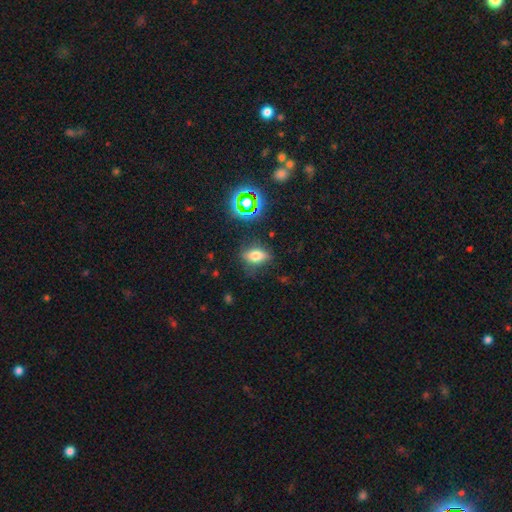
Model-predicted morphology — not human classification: smooth-or-featured: smooth: 63% | star or artifact: 20% | featured or disk: 17%
  how-rounded: in between: 76% | round: 17% | cigar-shaped: 7%
  merging: none: 75% | minor disturbance: 17% | major disturbance: 6% | merger: 2%